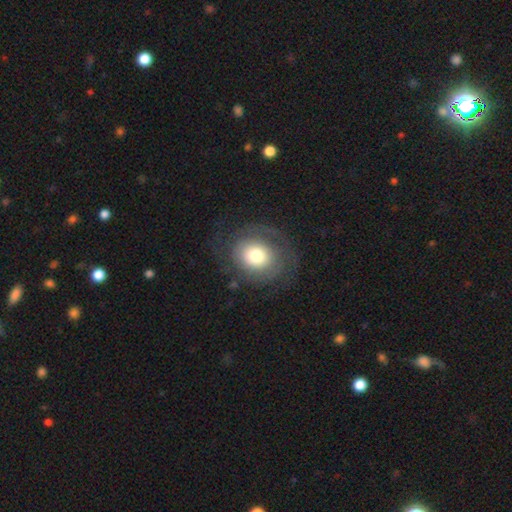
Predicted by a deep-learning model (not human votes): A smooth galaxy with no disk features (54%) that is round (69%). Merging: none (67%).